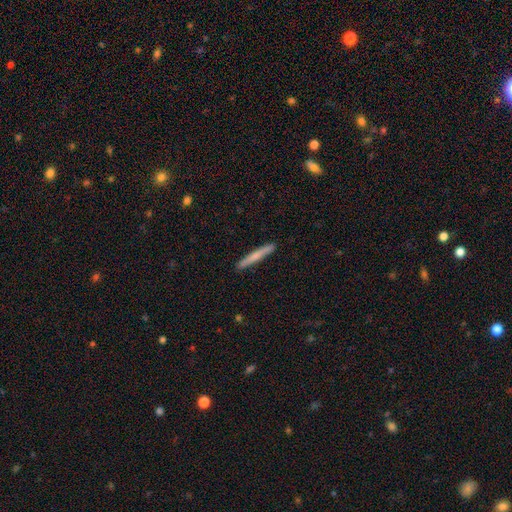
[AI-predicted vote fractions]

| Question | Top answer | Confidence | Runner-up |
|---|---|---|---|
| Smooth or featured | smooth | 66% | featured or disk (29%) |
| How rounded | cigar-shaped | 96% | in between (2%) |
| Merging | none | 90% | minor disturbance (7%) |